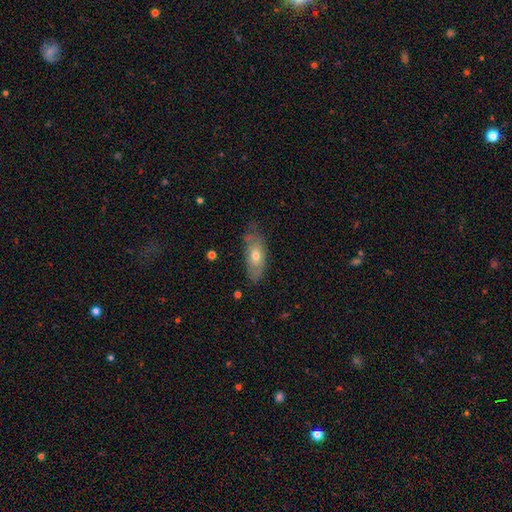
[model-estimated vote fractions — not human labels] smooth-or-featured: smooth: 50% | featured or disk: 43% | star or artifact: 7%
  how-rounded: in between: 78% | cigar-shaped: 18% | round: 4%
  merging: none: 65% | minor disturbance: 27% | major disturbance: 7% | merger: 2%